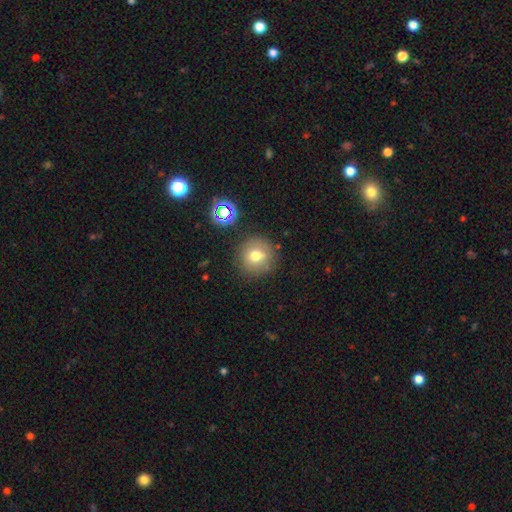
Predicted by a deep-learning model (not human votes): Smooth or featured?
  - smooth: 71% *
  - star or artifact: 15%
  - featured or disk: 14%
How rounded?
  - round: 92% *
  - in between: 7%
  - cigar-shaped: 1%
Merging?
  - none: 83% *
  - minor disturbance: 10%
  - major disturbance: 3%
  - merger: 3%